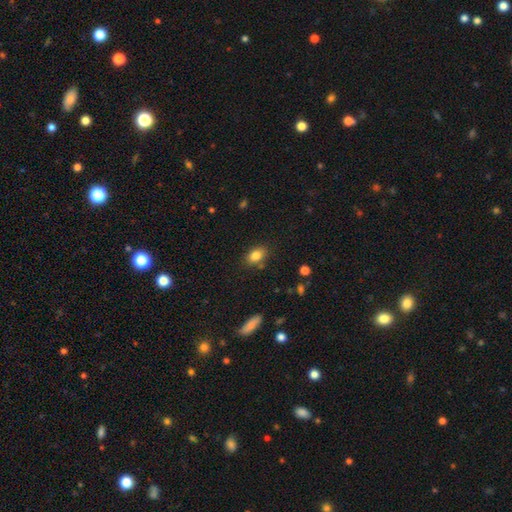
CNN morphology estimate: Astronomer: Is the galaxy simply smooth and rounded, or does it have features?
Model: smooth — 83%.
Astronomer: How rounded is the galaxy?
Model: in between — 81%.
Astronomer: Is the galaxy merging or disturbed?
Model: none — 78%.